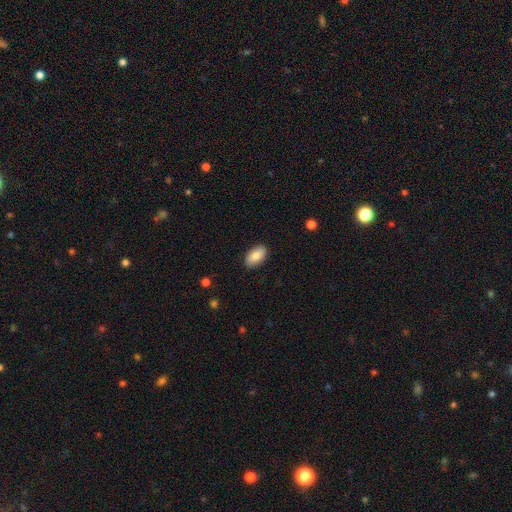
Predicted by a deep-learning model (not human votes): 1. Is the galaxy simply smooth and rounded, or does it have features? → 83% smooth, 11% featured or disk, 6% star or artifact.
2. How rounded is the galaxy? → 94% in between, 4% round, 2% cigar-shaped.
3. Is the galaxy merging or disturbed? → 88% none, 9% minor disturbance, 2% major disturbance, 1% merger.